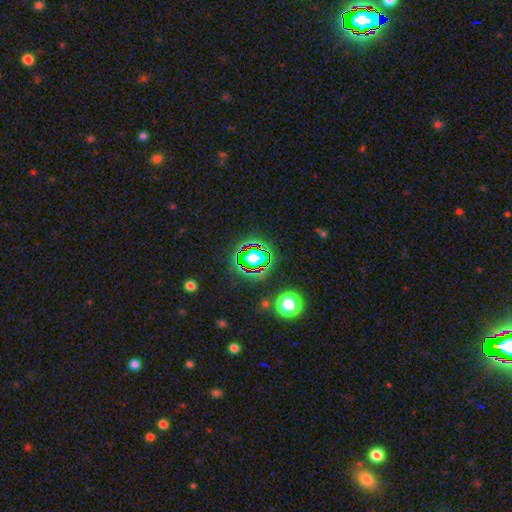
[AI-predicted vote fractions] This appears to be a star or artifact, not a galaxy (76%).